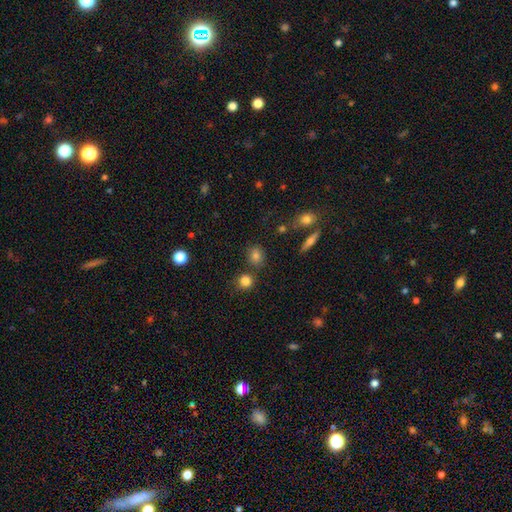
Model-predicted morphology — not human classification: Q: Smooth or featured?
A: smooth (79%); runner-up: star or artifact (13%)
Q: How rounded?
A: round (68%); runner-up: in between (30%)
Q: Merging?
A: none (74%); runner-up: minor disturbance (11%)